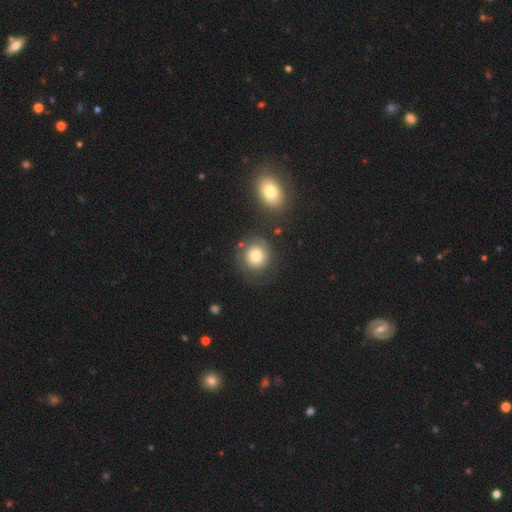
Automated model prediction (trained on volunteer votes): Morphology: type=smooth (72%); roundness=round (91%); merging=none (69%).